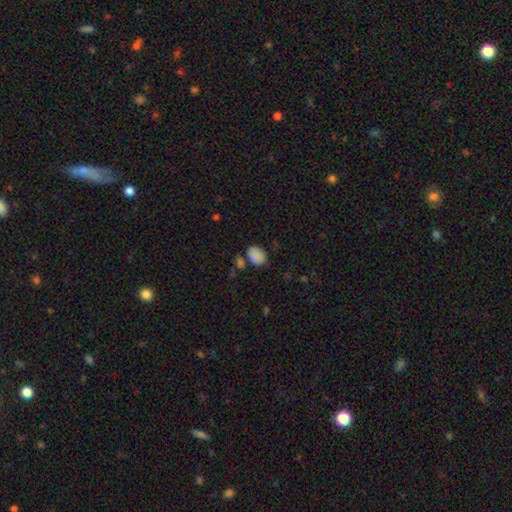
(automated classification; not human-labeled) smooth_or_featured: smooth (p=0.85) [alt: star or artifact p=0.10]
how_rounded: in between (p=0.73) [alt: round p=0.26]
merging: none (p=0.65) [alt: minor disturbance p=0.20]